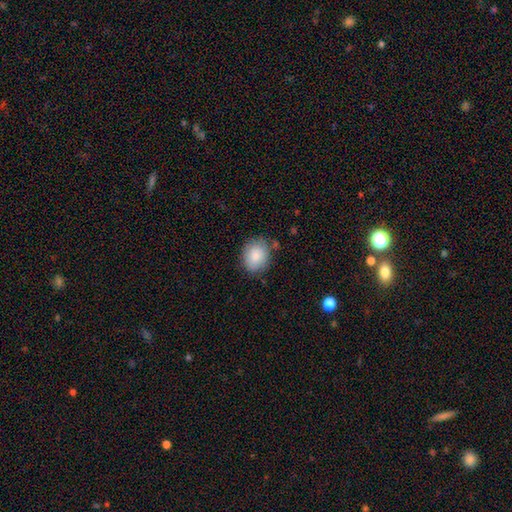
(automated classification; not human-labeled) The model was most divided on "how rounded": round: 56%, in between: 43%, cigar-shaped: 1%. More confident: smooth or featured — smooth (86%); merging — none (77%).